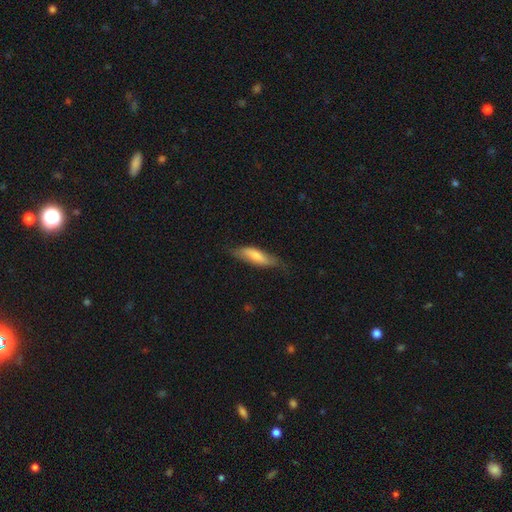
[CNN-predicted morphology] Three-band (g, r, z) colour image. It shows a smooth galaxy with no disk features (69%) that is cigar-shaped (52%). Merging: none (65%).